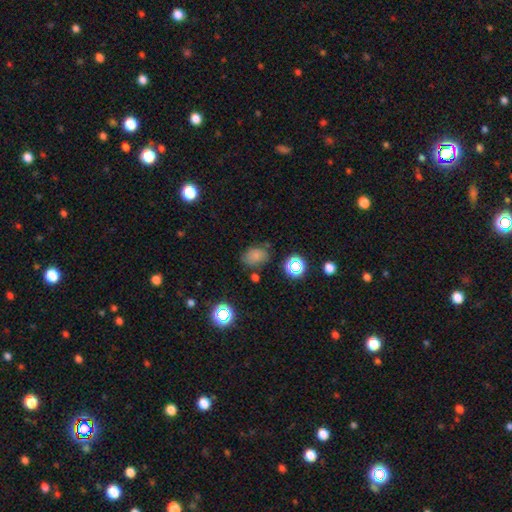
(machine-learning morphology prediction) smooth_or_featured: smooth (p=0.72) [alt: star or artifact p=0.18]
how_rounded: in between (p=0.68) [alt: round p=0.31]
merging: none (p=0.66) [alt: minor disturbance p=0.22]